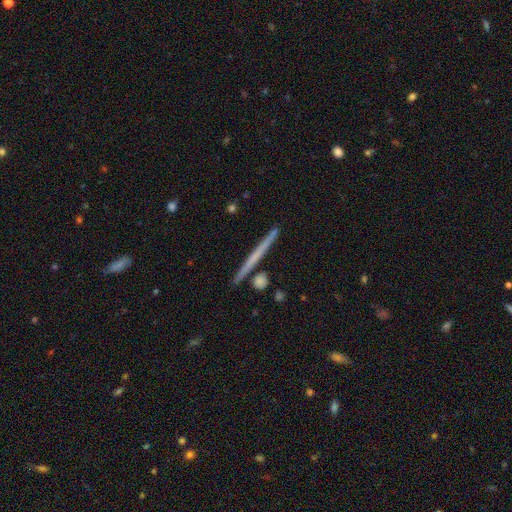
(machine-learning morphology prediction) Smooth or featured? Predicted: featured or disk (p=0.56). Edge-on disk? Predicted: yes (p=0.98). Edge-on bulge? Predicted: none (p=0.82). Merging? Predicted: none (p=0.89).